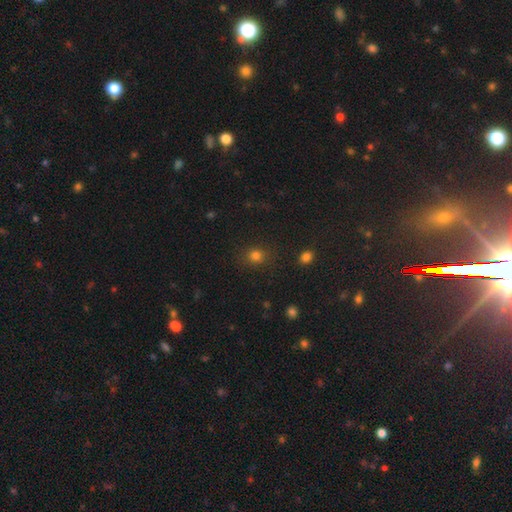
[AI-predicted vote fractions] Q: Smooth or featured?
A: smooth (78%); runner-up: star or artifact (16%)
Q: How rounded?
A: round (75%); runner-up: in between (23%)
Q: Merging?
A: none (83%); runner-up: minor disturbance (10%)